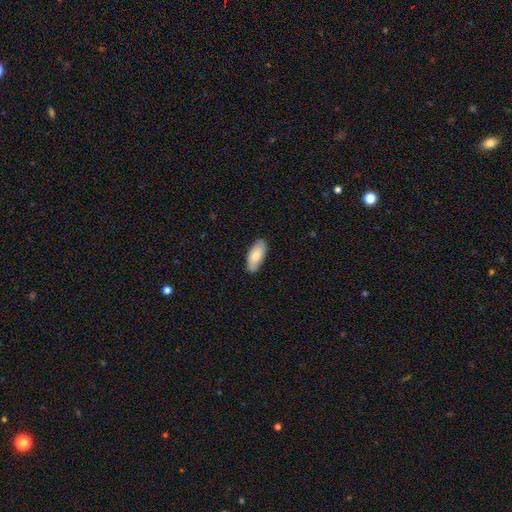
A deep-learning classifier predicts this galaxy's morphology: This is likely a smooth galaxy (75%). How rounded: clearly in between (90%). Merging: clearly none (83%).